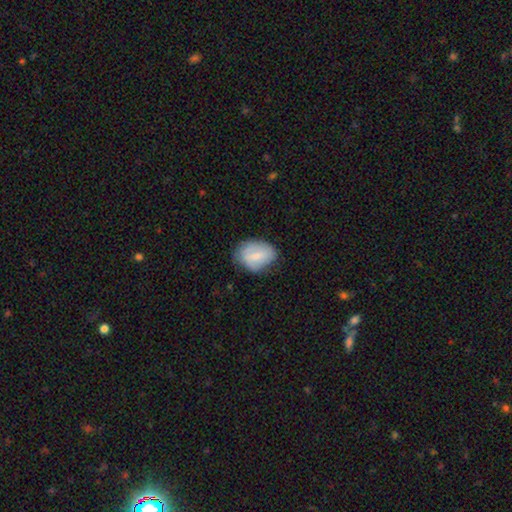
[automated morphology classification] A smooth galaxy with no disk features (63%) that is in between round and cigar-shaped (71%). Merging: none (61%).